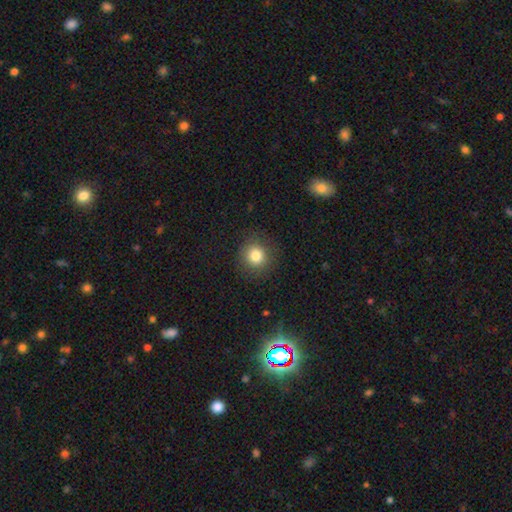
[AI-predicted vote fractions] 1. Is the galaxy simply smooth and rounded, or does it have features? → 82% smooth, 12% star or artifact, 6% featured or disk.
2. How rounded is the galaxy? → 91% round, 8% in between, 1% cigar-shaped.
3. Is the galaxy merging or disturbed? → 87% none, 8% minor disturbance, 3% major disturbance, 1% merger.